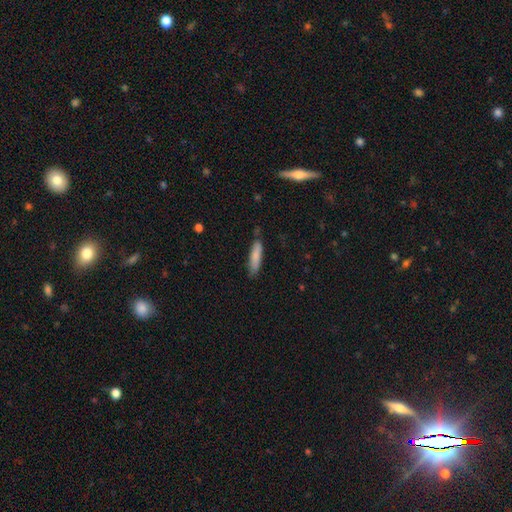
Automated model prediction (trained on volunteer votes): Overall: smooth (83%). How rounded: cigar-shaped (74%). Merging: none (76%).